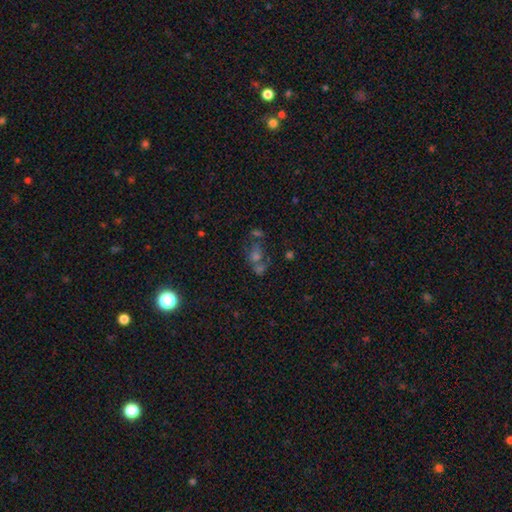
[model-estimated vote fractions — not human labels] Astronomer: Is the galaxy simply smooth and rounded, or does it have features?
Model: star or artifact — 36% (runner-up: smooth, 35%).